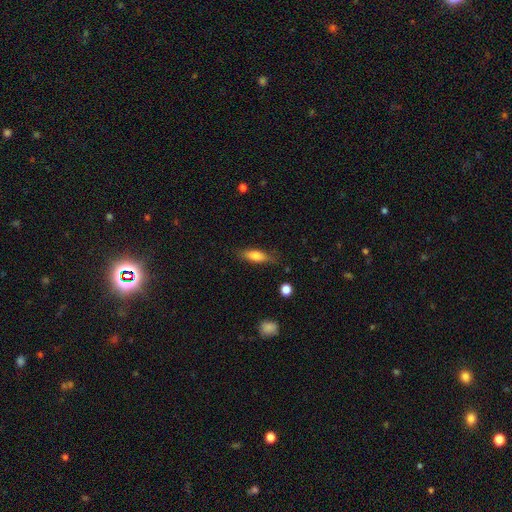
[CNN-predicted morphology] The model was most divided on "how rounded": in between: 52%, cigar-shaped: 45%, round: 3%. More confident: merging — none (78%); smooth or featured — smooth (72%).